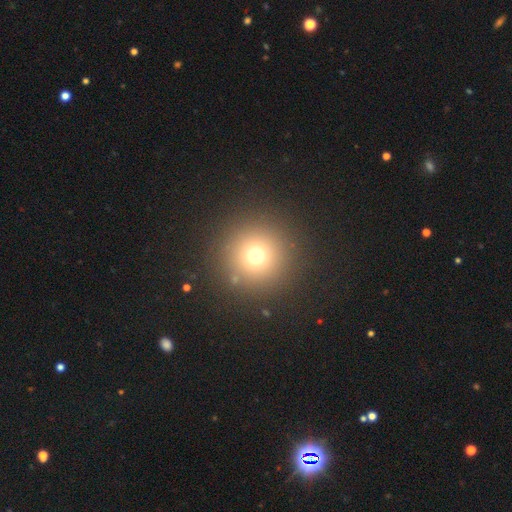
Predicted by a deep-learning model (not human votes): This appears to be a smooth galaxy with no disk features (70%) that is round (96%). Merging: none (89%).